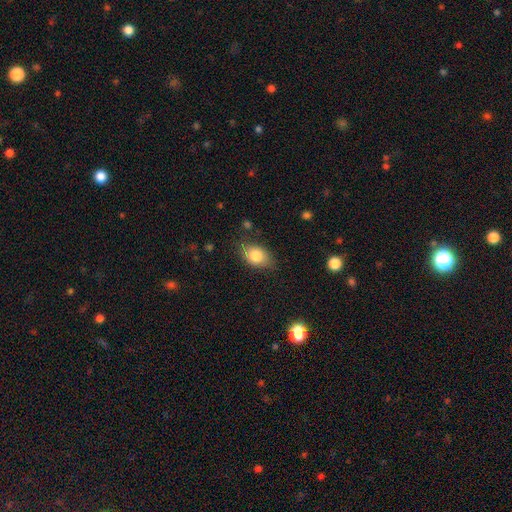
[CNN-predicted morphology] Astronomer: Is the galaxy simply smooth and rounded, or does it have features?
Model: smooth — 81%.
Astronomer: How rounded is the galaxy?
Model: in between — 79%.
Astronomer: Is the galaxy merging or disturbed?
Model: none — 74%.